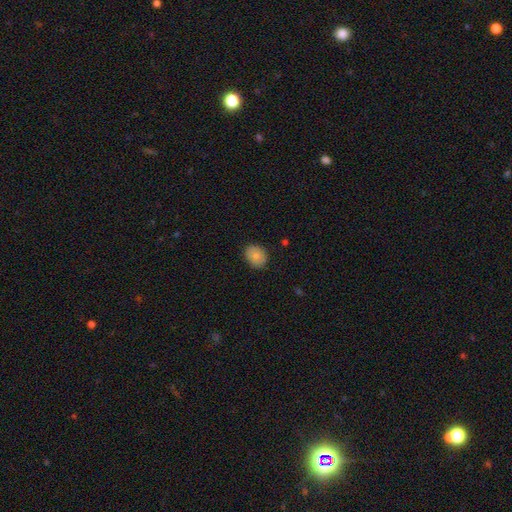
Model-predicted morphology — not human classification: A smooth galaxy with no disk features (78%) that is round (57%). Merging: none (86%).